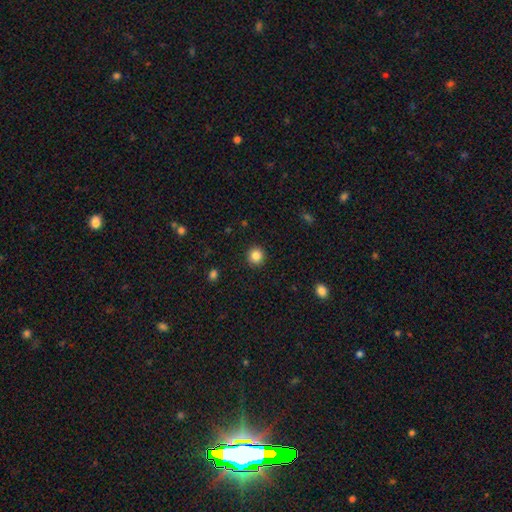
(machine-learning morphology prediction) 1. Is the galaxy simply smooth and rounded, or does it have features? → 85% smooth, 10% star or artifact, 4% featured or disk.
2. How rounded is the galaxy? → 92% round, 7% in between, 1% cigar-shaped.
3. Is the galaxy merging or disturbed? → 92% none, 5% minor disturbance, 2% major disturbance, 1% merger.